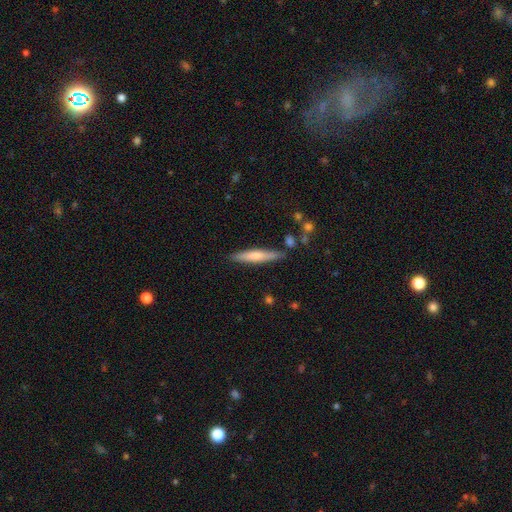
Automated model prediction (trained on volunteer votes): smooth-or-featured: smooth: 59% | featured or disk: 35% | star or artifact: 6%
  how-rounded: cigar-shaped: 91% | in between: 7% | round: 1%
  merging: none: 85% | minor disturbance: 10% | merger: 2% | major disturbance: 2%